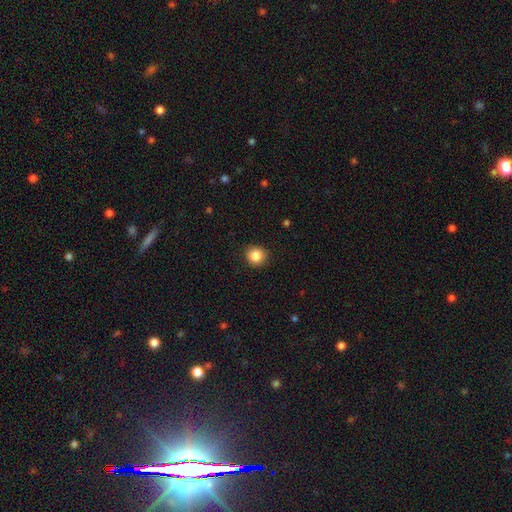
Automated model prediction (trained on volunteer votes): Q: Smooth or featured?
A: smooth (86%); runner-up: star or artifact (10%)
Q: How rounded?
A: round (90%); runner-up: in between (9%)
Q: Merging?
A: none (90%); runner-up: minor disturbance (7%)